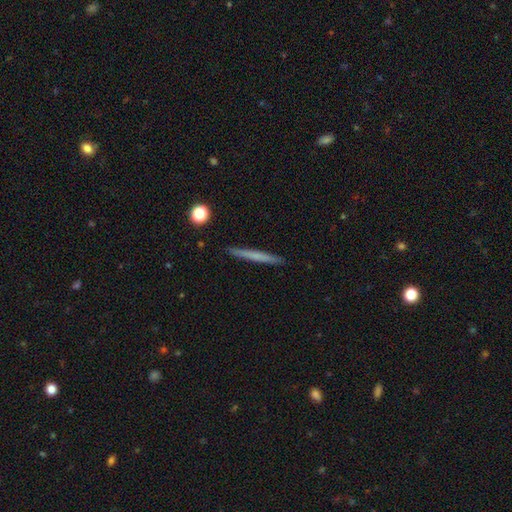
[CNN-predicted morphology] This is possibly a smooth galaxy (57%). How rounded: clearly cigar-shaped (97%). Merging: clearly none (92%).